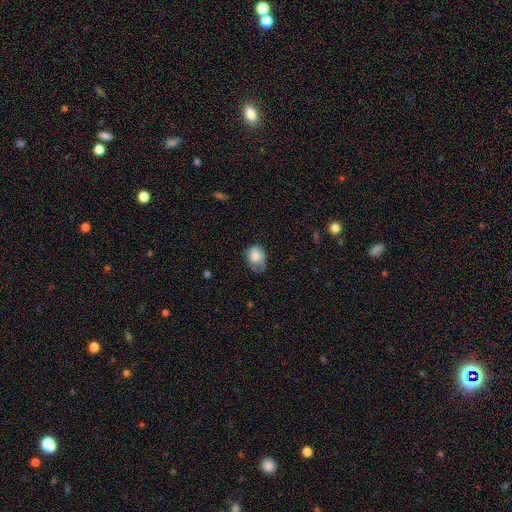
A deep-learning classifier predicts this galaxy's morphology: Smooth or featured: smooth — 78% (featured or disk — 14%)
How rounded: in between — 60% (round — 39%)
Merging: minor disturbance — 40% (none — 37%)